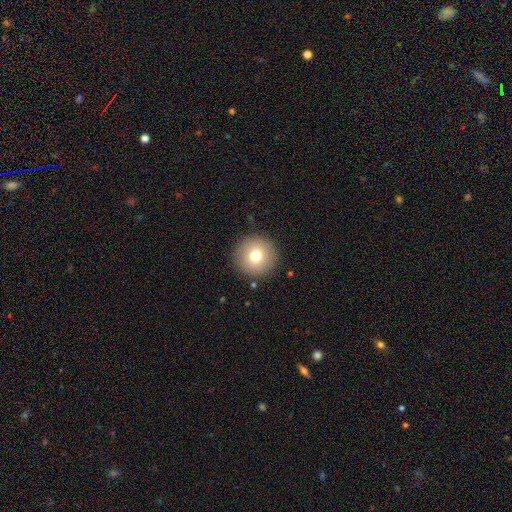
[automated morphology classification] This is likely a smooth galaxy (75%). How rounded: clearly round (96%). Merging: clearly none (91%).